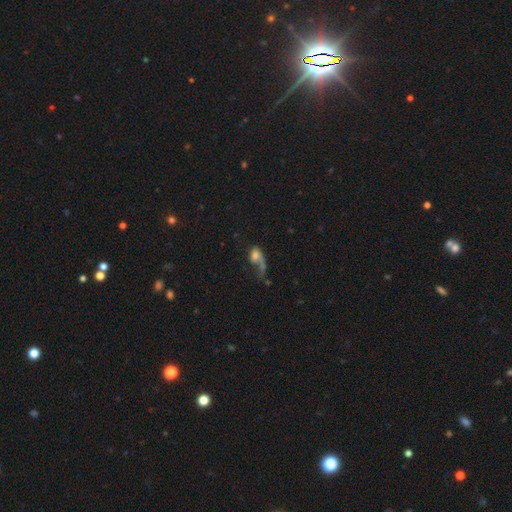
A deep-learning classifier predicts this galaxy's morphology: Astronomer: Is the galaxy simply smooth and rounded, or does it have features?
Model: smooth — 47% (runner-up: featured or disk, 41%).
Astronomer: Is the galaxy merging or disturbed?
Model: major disturbance — 51%.